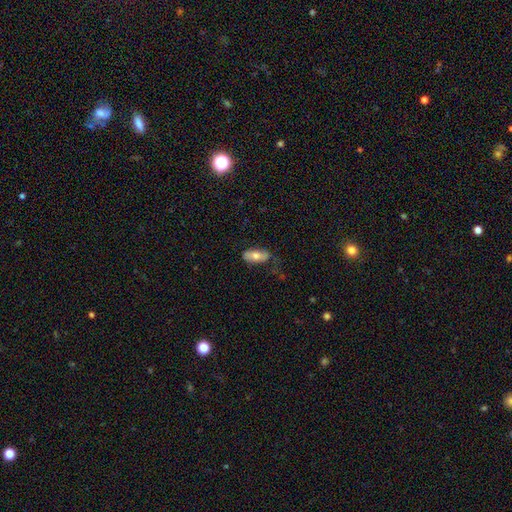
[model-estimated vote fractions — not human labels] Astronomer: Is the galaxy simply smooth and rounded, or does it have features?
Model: smooth — 68%.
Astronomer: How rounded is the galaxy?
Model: in between — 83%.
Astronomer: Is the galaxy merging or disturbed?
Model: none — 68%.